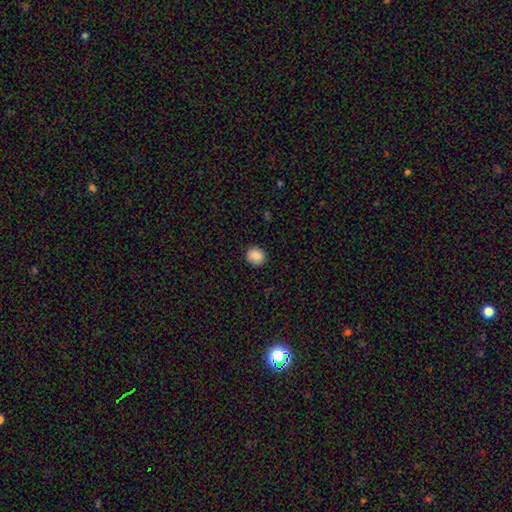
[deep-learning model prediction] Smooth or featured: smooth — 87% (star or artifact — 9%)
How rounded: round — 79% (in between — 20%)
Merging: none — 90% (minor disturbance — 7%)